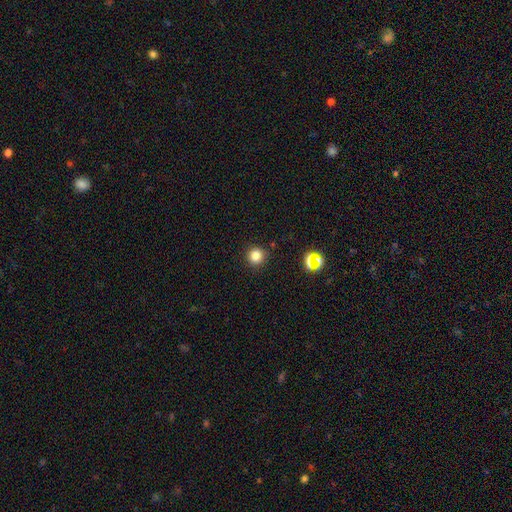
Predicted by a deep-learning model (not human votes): Smooth or featured? smooth (80%)
How rounded? round (94%)
Merging? none (90%)